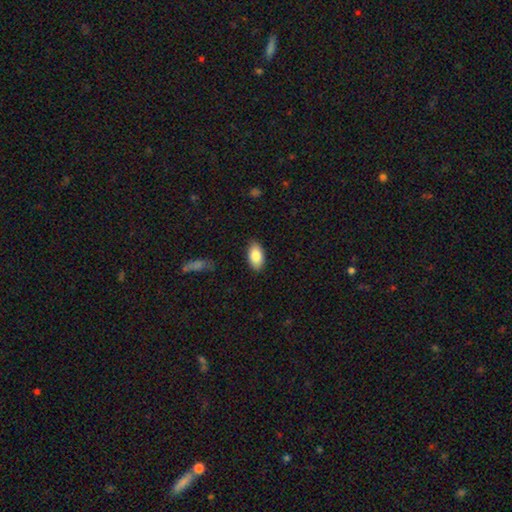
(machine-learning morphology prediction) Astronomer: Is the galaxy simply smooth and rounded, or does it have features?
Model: smooth — 85%.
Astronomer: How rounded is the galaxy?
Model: in between — 94%.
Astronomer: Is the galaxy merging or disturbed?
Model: none — 86%.